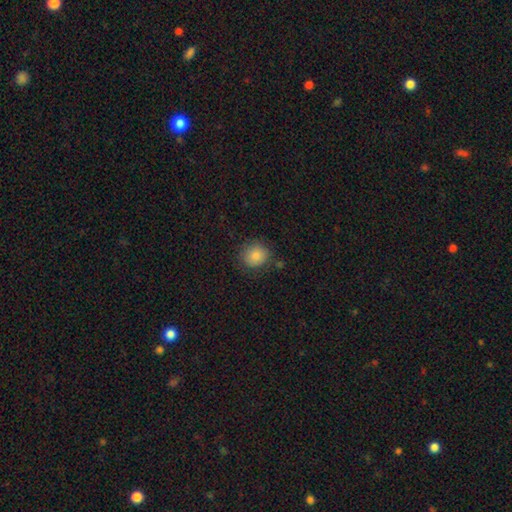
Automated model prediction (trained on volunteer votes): smooth_or_featured: smooth (p=0.85) [alt: star or artifact p=0.09]
how_rounded: round (p=0.84) [alt: in between p=0.15]
merging: none (p=0.79) [alt: minor disturbance p=0.14]